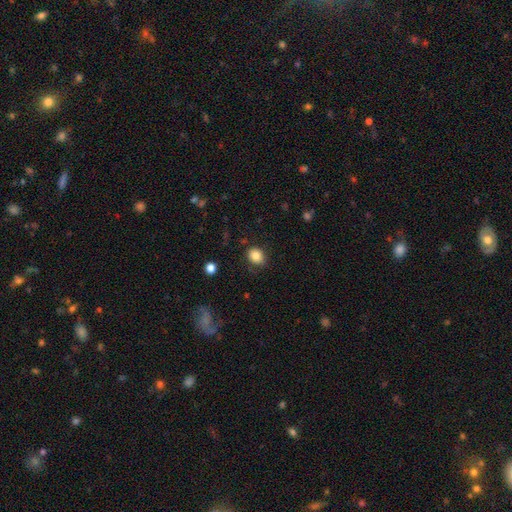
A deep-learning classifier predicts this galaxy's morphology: Q: Smooth or featured?
A: smooth (83%); runner-up: star or artifact (10%)
Q: How rounded?
A: round (54%); runner-up: in between (45%)
Q: Merging?
A: none (79%); runner-up: minor disturbance (16%)